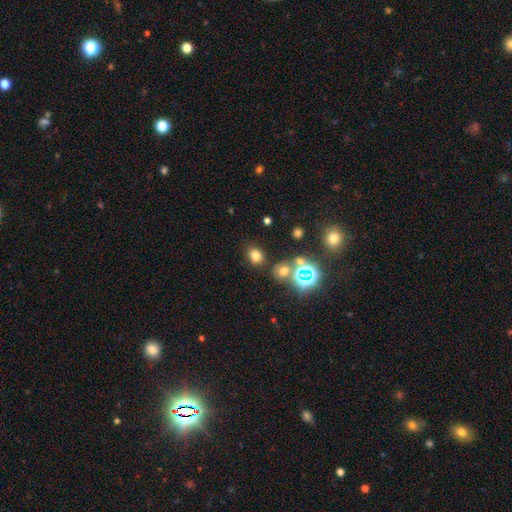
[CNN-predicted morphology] This is likely a smooth galaxy (70%). How rounded: possibly round (52%). Merging: likely none (77%).